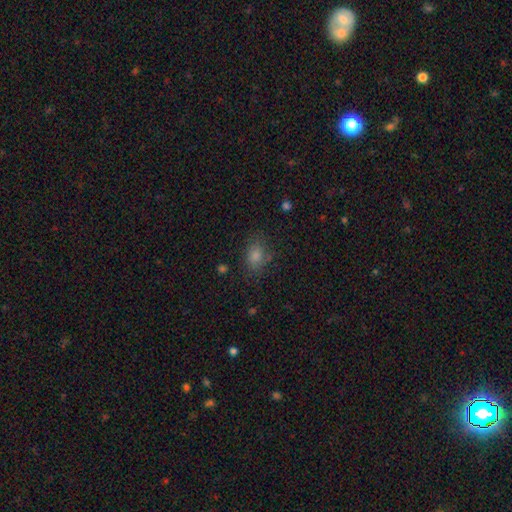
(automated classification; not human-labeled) A smooth galaxy with no disk features (73%) that is in between round and cigar-shaped (63%).

Vote fractions:
- Smooth or featured? smooth: 73% / star or artifact: 19% / featured or disk: 8%
- How rounded? in between: 63% / round: 35% / cigar-shaped: 2%
- Merging? none: 77% / minor disturbance: 15% / major disturbance: 5% / merger: 2%